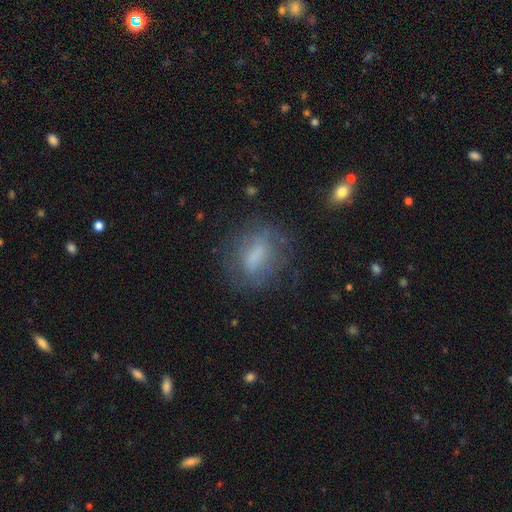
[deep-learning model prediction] A smooth galaxy with no disk features (57%) that is in between round and cigar-shaped (66%). Merging: none (68%).